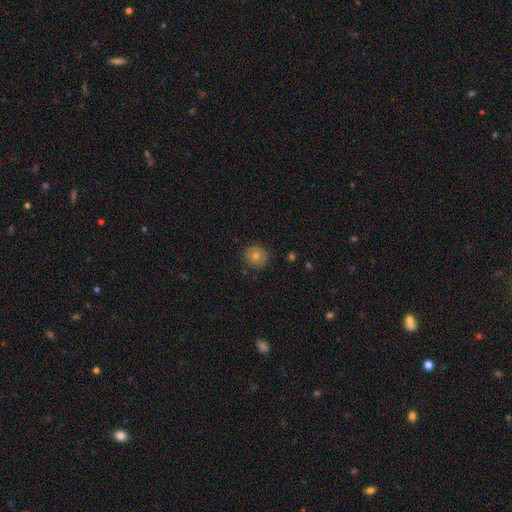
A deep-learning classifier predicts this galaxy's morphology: A smooth galaxy with no disk features (67%) that is round (91%). Merging: none (86%).